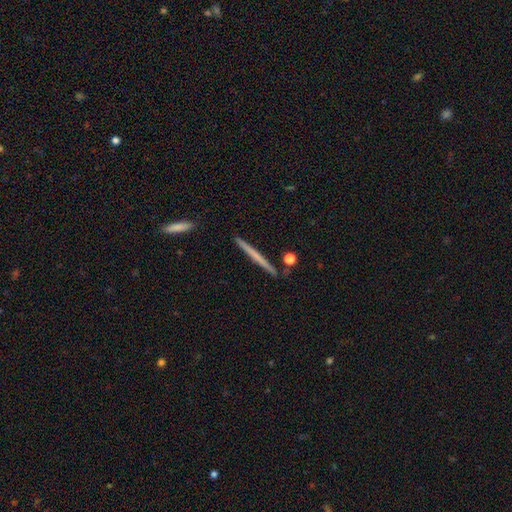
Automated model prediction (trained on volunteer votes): This is possibly a smooth galaxy (48%). Merging: clearly none (91%).